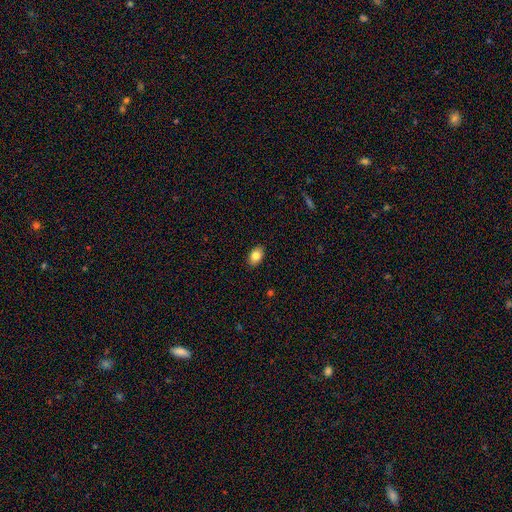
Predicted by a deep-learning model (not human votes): Smooth or featured?
  - smooth: 83% *
  - featured or disk: 9%
  - star or artifact: 8%
How rounded?
  - in between: 86% *
  - round: 12%
  - cigar-shaped: 1%
Merging?
  - none: 89% *
  - minor disturbance: 8%
  - major disturbance: 2%
  - merger: 1%